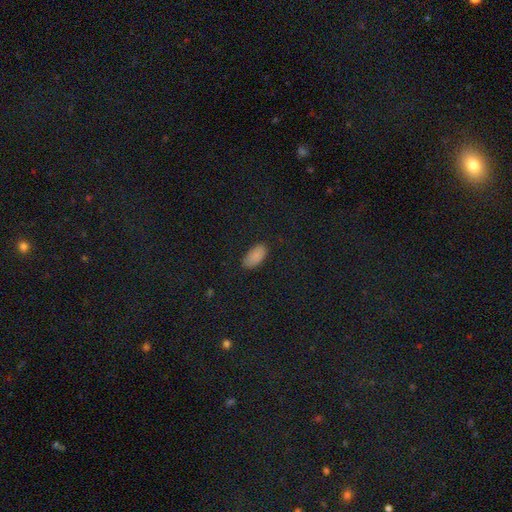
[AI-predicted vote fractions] A smooth galaxy with no disk features (85%) that is in between round and cigar-shaped (94%). Merging: none (85%).